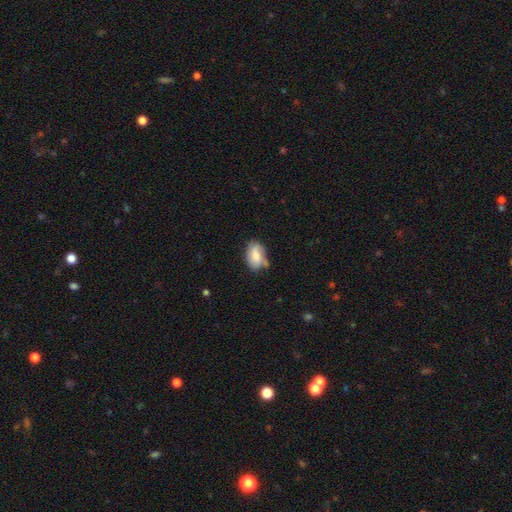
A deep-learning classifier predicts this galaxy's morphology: Overall: smooth (63%; featured or disk 30%). How rounded: in between (88%). Merging: none (51%; minor disturbance 33%).